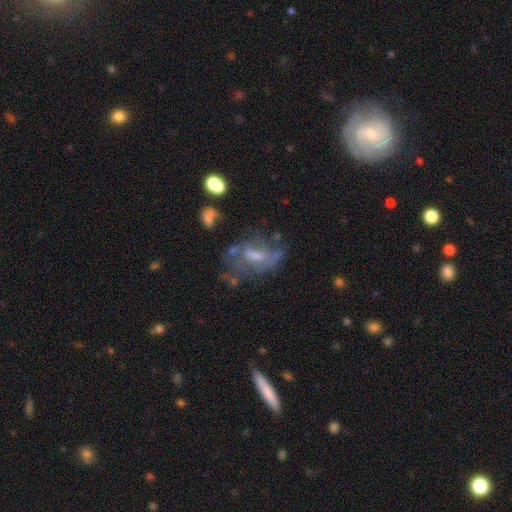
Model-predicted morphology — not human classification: smooth-or-featured: featured or disk: 60% | smooth: 26% | star or artifact: 14%
  disk-edge-on: no: 94% | yes: 6%
    bar: no: 48% | weak: 41% | strong: 10%
    has-spiral-arms: no: 54% | yes: 46%
    bulge-size: moderate: 44% | small: 31% | none: 17% | large: 6% | dominant: 1%
  merging: none: 45% | major disturbance: 26% | minor disturbance: 21% | merger: 7%